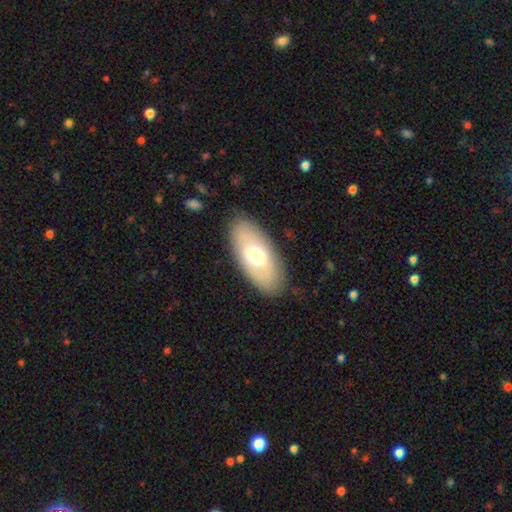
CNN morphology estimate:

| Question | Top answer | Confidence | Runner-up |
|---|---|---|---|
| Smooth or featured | smooth | 60% | featured or disk (34%) |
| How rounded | in between | 89% | cigar-shaped (7%) |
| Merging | none | 86% | minor disturbance (10%) |